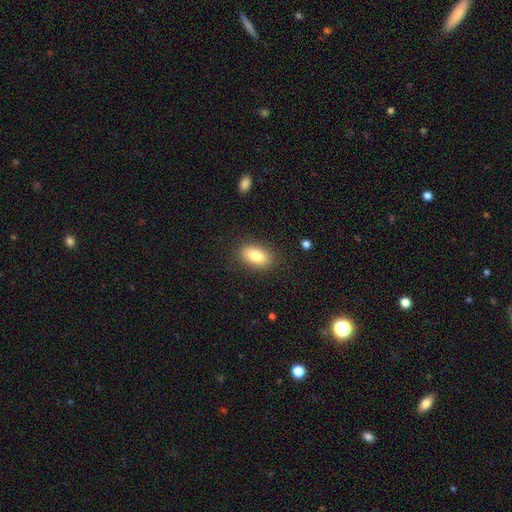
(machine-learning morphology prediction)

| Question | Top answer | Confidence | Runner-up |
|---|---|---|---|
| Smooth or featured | smooth | 82% | featured or disk (11%) |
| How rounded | in between | 90% | round (6%) |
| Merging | none | 86% | minor disturbance (10%) |